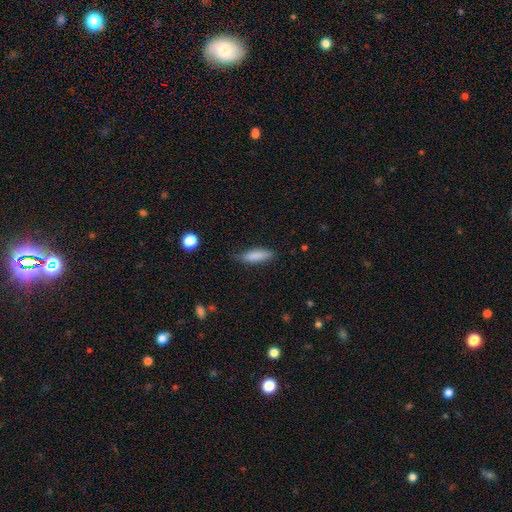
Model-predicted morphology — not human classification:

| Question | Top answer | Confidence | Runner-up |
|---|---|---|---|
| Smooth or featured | smooth | 85% | featured or disk (9%) |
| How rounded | cigar-shaped | 53% | in between (45%) |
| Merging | none | 75% | minor disturbance (20%) |